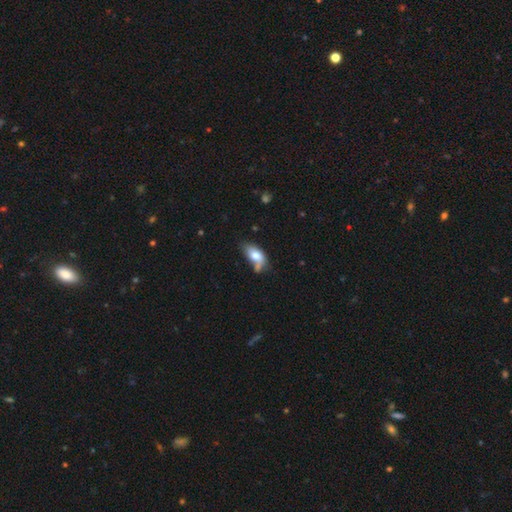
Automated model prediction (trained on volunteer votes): This appears to be a smooth galaxy with no disk features (72%) that is in between round and cigar-shaped (90%). Merging: none (37%).